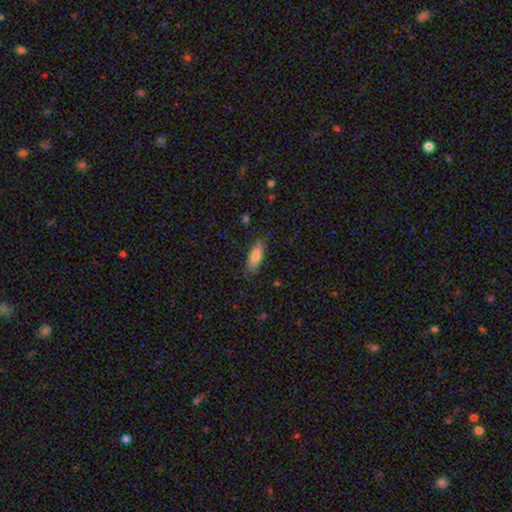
smooth_or_featured: smooth (p=0.80) [alt: featured or disk p=0.12]
how_rounded: in between (p=0.59) [alt: cigar-shaped p=0.38]
merging: none (p=0.76) [alt: minor disturbance p=0.14]